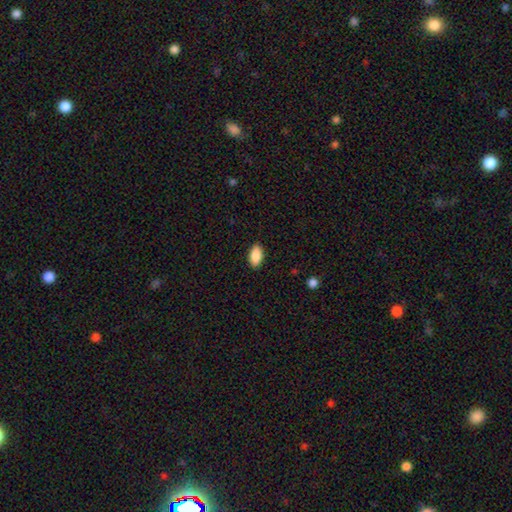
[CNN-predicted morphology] A smooth galaxy with no disk features (89%) that is in between round and cigar-shaped (94%).

Vote fractions:
- Smooth or featured? smooth: 89% / star or artifact: 7% / featured or disk: 4%
- How rounded? in between: 94% / cigar-shaped: 3% / round: 3%
- Merging? none: 89% / minor disturbance: 8% / major disturbance: 2% / merger: 1%